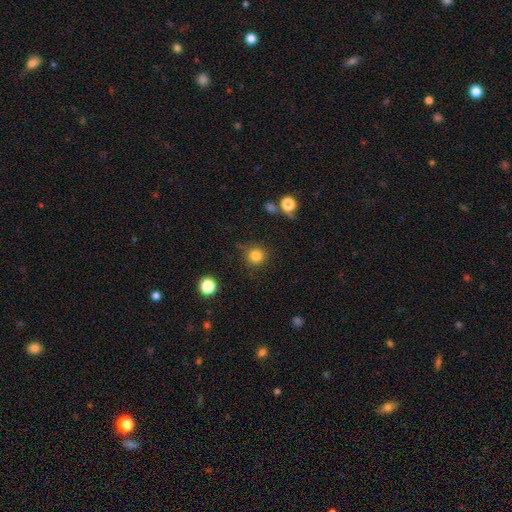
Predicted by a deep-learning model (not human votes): smooth_or_featured: smooth (p=0.82) [alt: star or artifact p=0.12]
how_rounded: round (p=0.94) [alt: in between p=0.05]
merging: none (p=0.82) [alt: minor disturbance p=0.11]